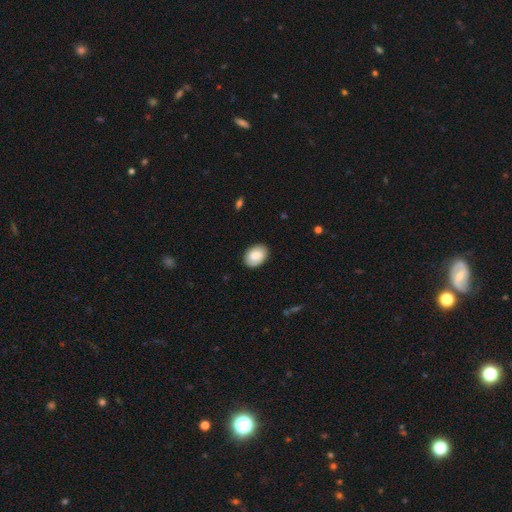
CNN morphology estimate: smooth_or_featured: smooth (p=0.76) [alt: featured or disk p=0.17]
how_rounded: in between (p=0.78) [alt: round p=0.21]
merging: none (p=0.86) [alt: minor disturbance p=0.10]